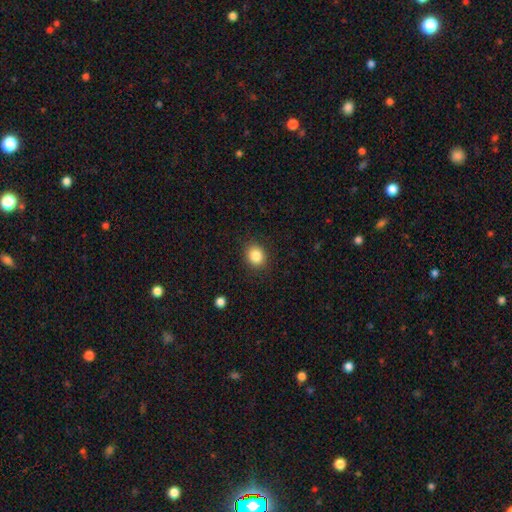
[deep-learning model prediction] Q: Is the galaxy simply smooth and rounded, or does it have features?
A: smooth — 85%.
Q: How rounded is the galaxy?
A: round — 62%.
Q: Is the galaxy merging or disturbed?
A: none — 88%.